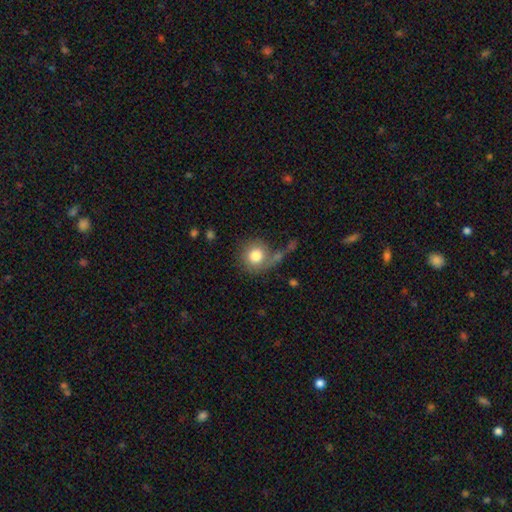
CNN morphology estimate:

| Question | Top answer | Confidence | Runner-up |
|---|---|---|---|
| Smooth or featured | smooth | 79% | featured or disk (13%) |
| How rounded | round | 90% | in between (9%) |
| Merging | none | 52% | major disturbance (18%) |